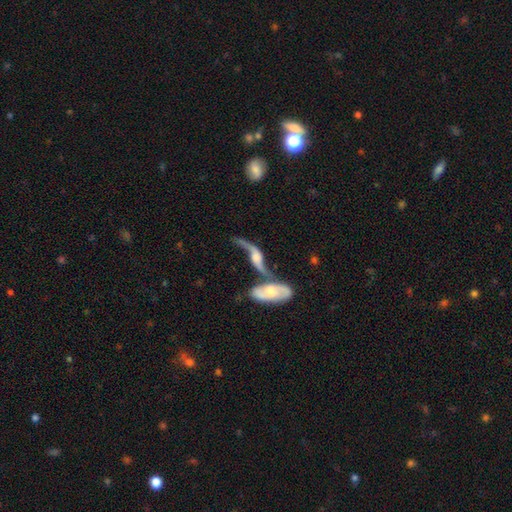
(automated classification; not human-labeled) A featured or disk galaxy (81%) with no bar (48%), 2 (88%) loose (88%) spiral arms (92%) and a moderate central bulge (36%).

Vote fractions:
- Smooth or featured? featured or disk: 81% / smooth: 13% / star or artifact: 6%
- Edge-on disk? no: 77% / yes: 23%
- Bar? no: 48% / weak: 38% / strong: 14%
- Spiral arms? yes: 92% / no: 8%
- Spiral winding? loose: 88% / medium: 9% / tight: 3%
- Spiral arm count? 2: 88% / 1: 6% / can't tell: 3% / 3: 1% / 4: 1% / more than 4: 1%
- Bulge size? moderate: 36% / small: 22% / large: 21% / none: 18% / dominant: 3%
- Merging? merger: 52% / none: 24% / major disturbance: 12% / minor disturbance: 12%